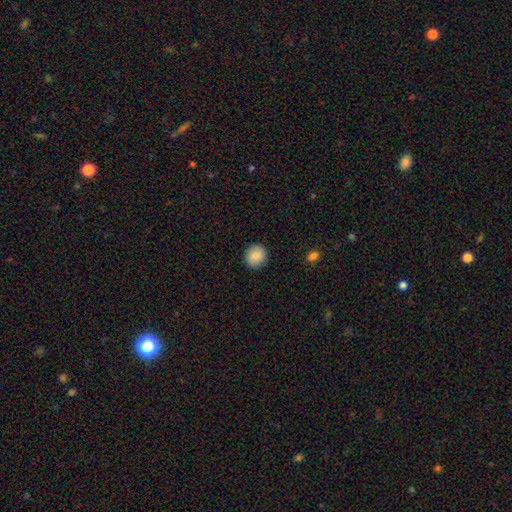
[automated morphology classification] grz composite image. It shows a smooth galaxy with no disk features (86%) that is round (86%). Merging: none (90%).